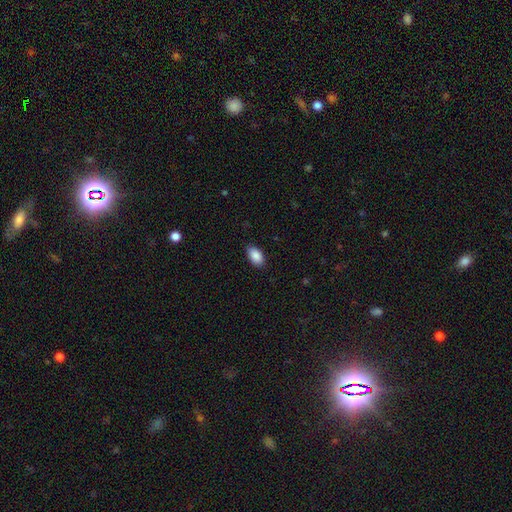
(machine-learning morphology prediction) Q: Smooth or featured?
A: smooth (89%); runner-up: star or artifact (7%)
Q: How rounded?
A: in between (94%); runner-up: round (4%)
Q: Merging?
A: none (86%); runner-up: minor disturbance (11%)